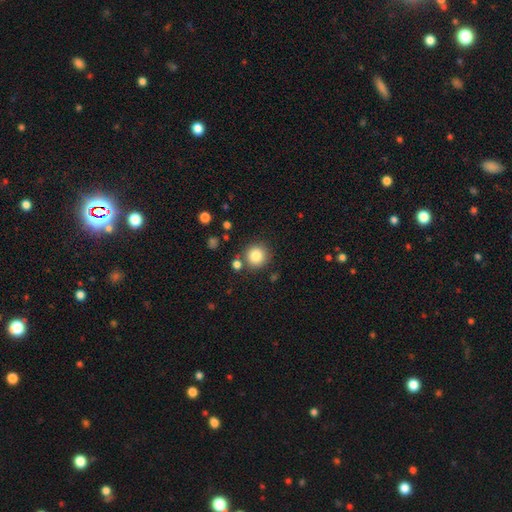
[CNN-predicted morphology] Smooth or featured? Predicted: smooth (p=0.84). How rounded? Predicted: round (p=0.93). Merging? Predicted: none (p=0.81).